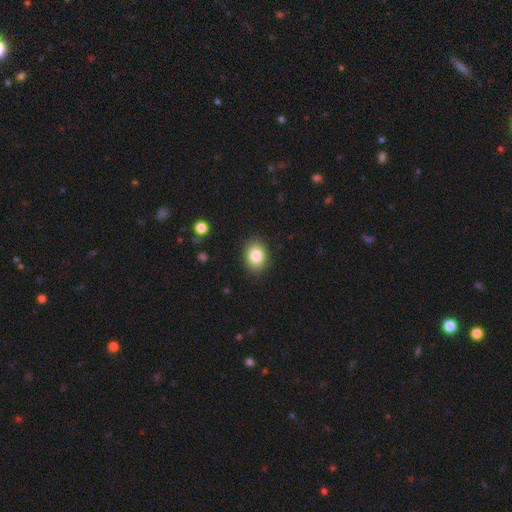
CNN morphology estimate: Smooth or featured?
  - smooth: 83% *
  - star or artifact: 9%
  - featured or disk: 8%
How rounded?
  - in between: 63% *
  - round: 36%
  - cigar-shaped: 1%
Merging?
  - none: 88% *
  - minor disturbance: 9%
  - major disturbance: 2%
  - merger: 1%